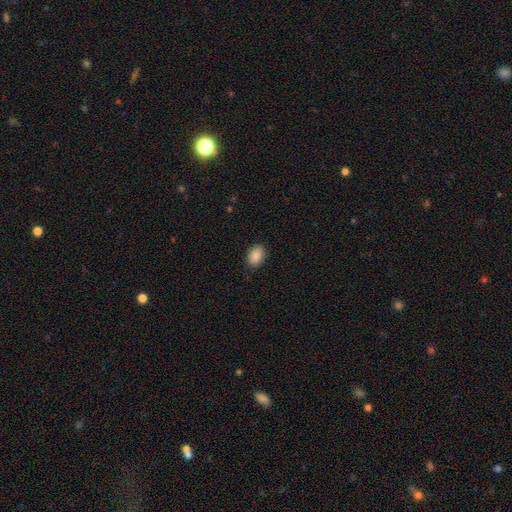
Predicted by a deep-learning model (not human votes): This appears to be a smooth galaxy with no disk features (89%) that is in between round and cigar-shaped (81%). Merging: none (88%).